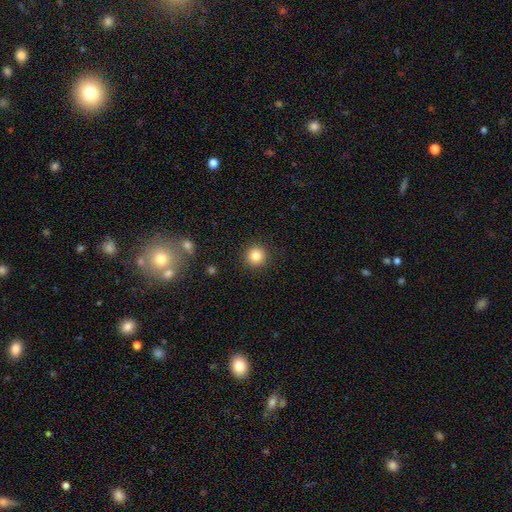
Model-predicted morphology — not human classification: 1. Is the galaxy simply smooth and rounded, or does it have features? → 83% smooth, 11% star or artifact, 5% featured or disk.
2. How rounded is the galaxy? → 94% round, 5% in between, 1% cigar-shaped.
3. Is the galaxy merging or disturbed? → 91% none, 6% minor disturbance, 2% major disturbance, 1% merger.